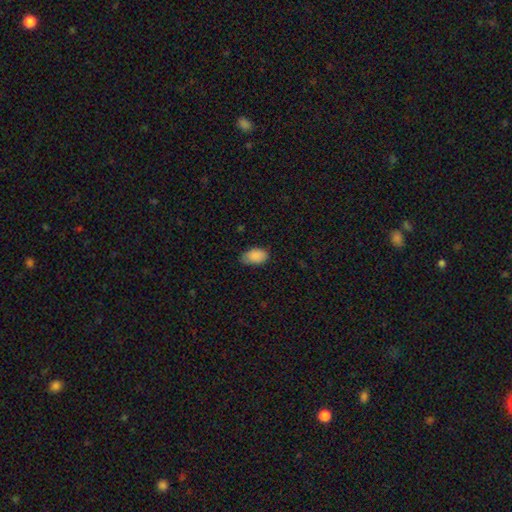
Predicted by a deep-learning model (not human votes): Smooth or featured? smooth (89%)
How rounded? in between (92%)
Merging? none (73%)